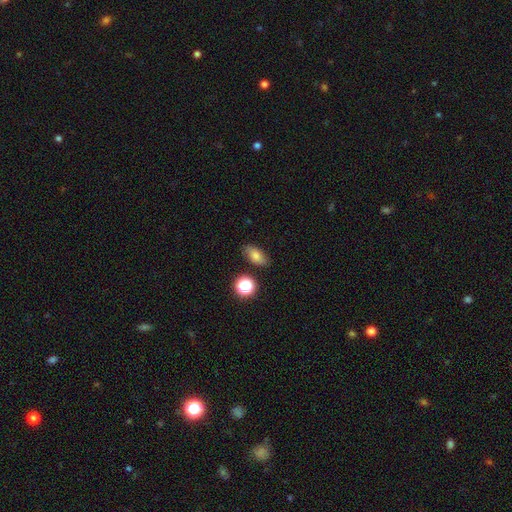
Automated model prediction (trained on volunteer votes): smooth 74%, featured or disk 14%, star or artifact 12%. Down the decision tree: how rounded — in between (83%); merging — none (80%).